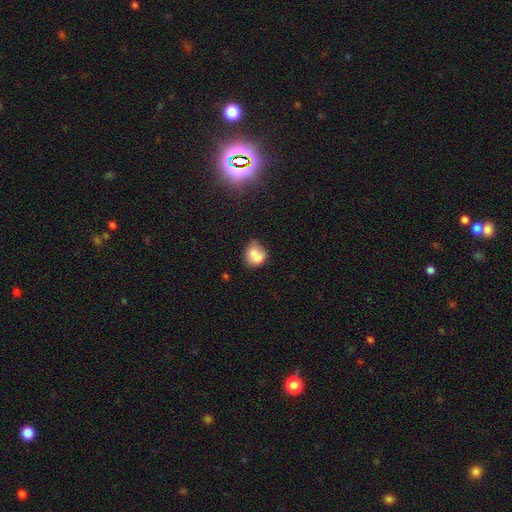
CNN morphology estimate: type=smooth (69%); roundness=round (55%); merging=merger (50%).